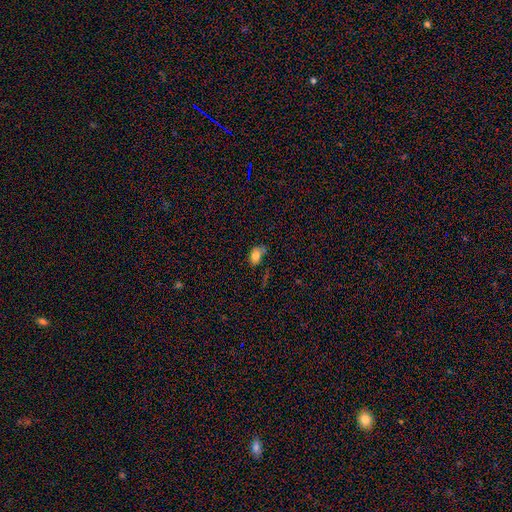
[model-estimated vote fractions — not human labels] smooth 81%, star or artifact 11%, featured or disk 8%. Down the decision tree: how rounded — in between (85%); merging — none (50%).